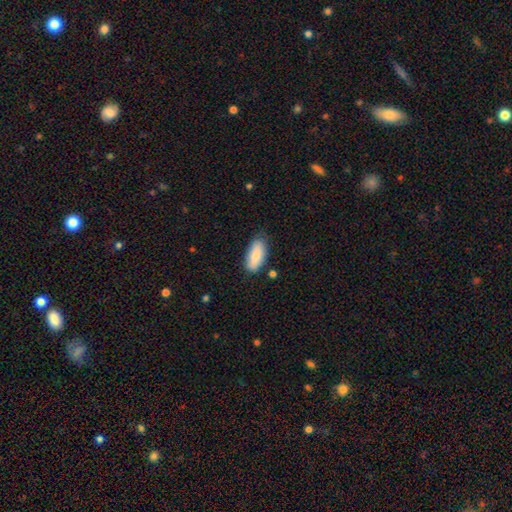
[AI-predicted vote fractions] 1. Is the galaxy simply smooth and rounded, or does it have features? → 81% smooth, 12% featured or disk, 6% star or artifact.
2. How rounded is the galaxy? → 88% in between, 10% cigar-shaped, 2% round.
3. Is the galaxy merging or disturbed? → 76% none, 18% minor disturbance, 3% major disturbance, 3% merger.